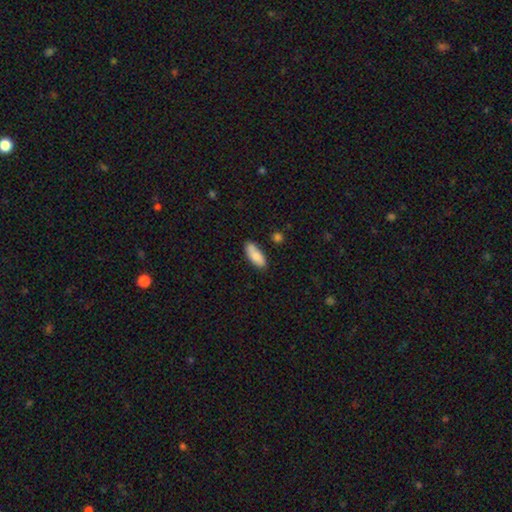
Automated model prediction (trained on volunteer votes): smooth 83%, featured or disk 11%, star or artifact 6%. Down the decision tree: how rounded — in between (74%); merging — none (75%).